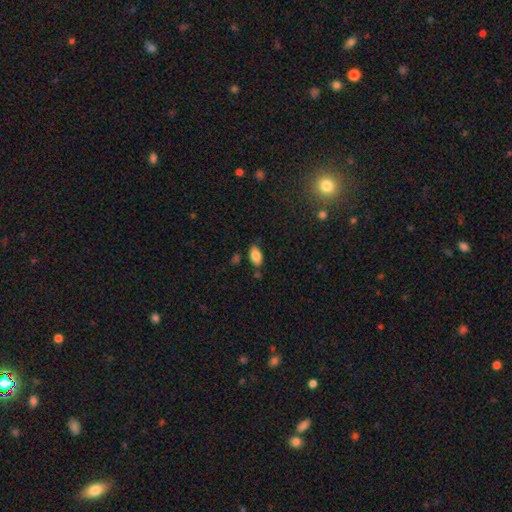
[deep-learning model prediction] Overall: smooth (84%). How rounded: in between (93%). Merging: none (78%).